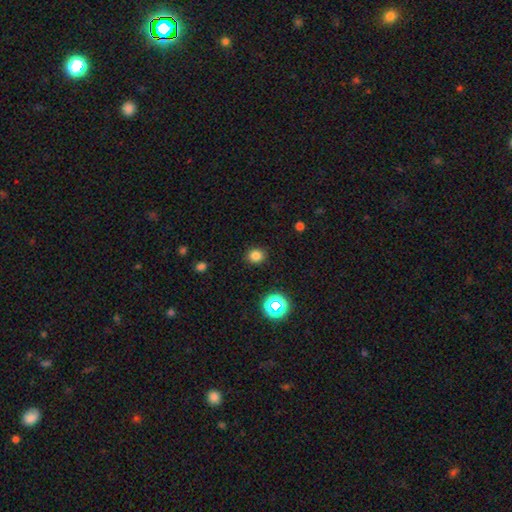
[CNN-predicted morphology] Smooth or featured? Predicted: smooth (p=0.80). How rounded? Predicted: round (p=0.76). Merging? Predicted: none (p=0.89).